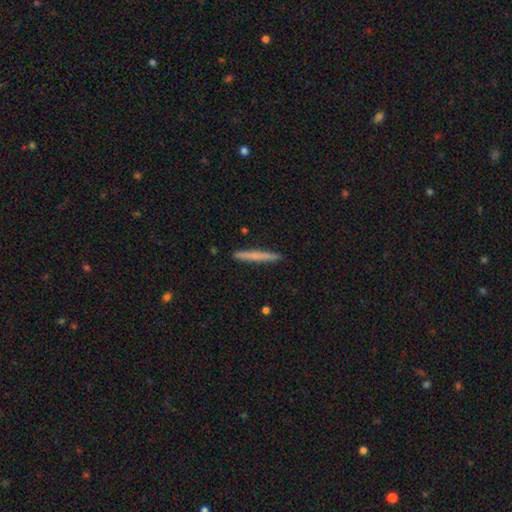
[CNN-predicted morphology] smooth 65%, featured or disk 29%, star or artifact 5%. Down the decision tree: how rounded — cigar-shaped (97%); merging — none (92%).